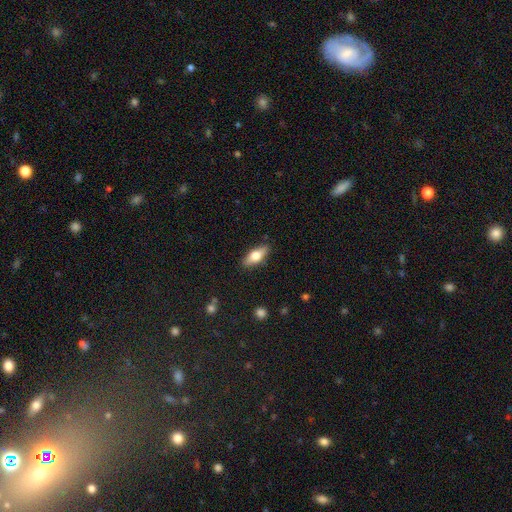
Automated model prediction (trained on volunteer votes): A smooth galaxy with no disk features (67%) that is in between round and cigar-shaped (73%).

Vote fractions:
- Smooth or featured? smooth: 67% / featured or disk: 27% / star or artifact: 6%
- How rounded? in between: 73% / cigar-shaped: 23% / round: 3%
- Merging? none: 87% / minor disturbance: 10% / major disturbance: 2% / merger: 1%